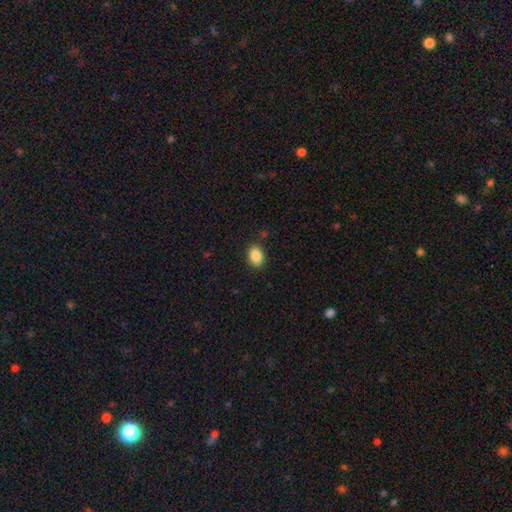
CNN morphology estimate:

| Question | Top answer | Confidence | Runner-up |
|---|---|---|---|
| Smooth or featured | smooth | 87% | star or artifact (8%) |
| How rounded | in between | 76% | round (23%) |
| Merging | none | 87% | minor disturbance (9%) |